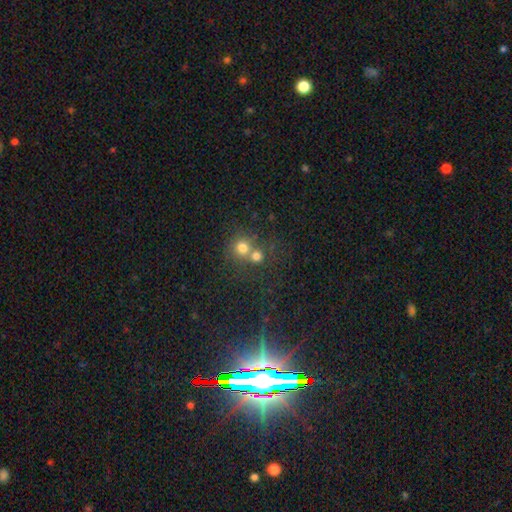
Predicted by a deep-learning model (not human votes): Overall: smooth (67%). How rounded: round (88%). Merging: none (47%; merger 44%).